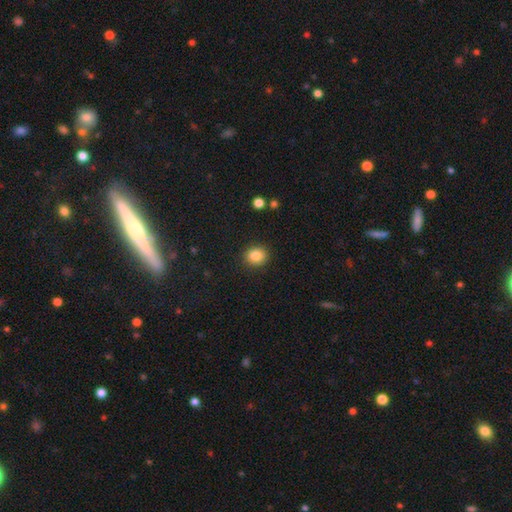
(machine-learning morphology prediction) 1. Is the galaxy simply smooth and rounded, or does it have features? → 84% smooth, 10% star or artifact, 6% featured or disk.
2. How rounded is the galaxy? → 80% round, 19% in between, 1% cigar-shaped.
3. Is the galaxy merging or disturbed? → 90% none, 7% minor disturbance, 2% major disturbance, 1% merger.